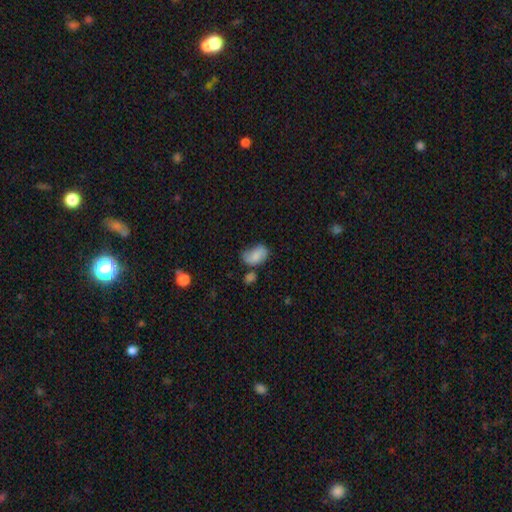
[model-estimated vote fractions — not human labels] Smooth or featured? smooth (76%)
How rounded? in between (88%)
Merging? none (43%)